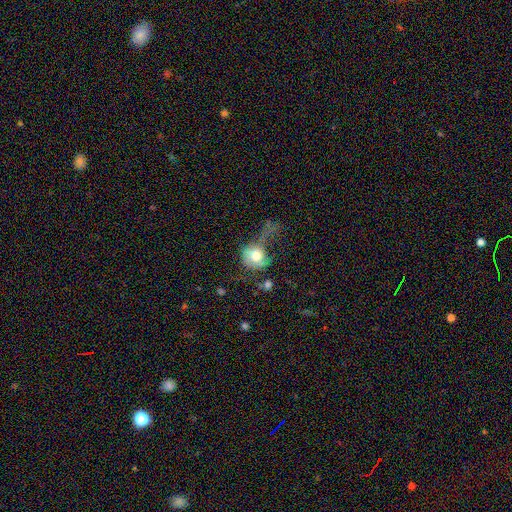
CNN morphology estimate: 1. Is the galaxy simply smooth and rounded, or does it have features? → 62% smooth, 29% featured or disk, 9% star or artifact.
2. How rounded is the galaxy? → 75% round, 23% in between, 2% cigar-shaped.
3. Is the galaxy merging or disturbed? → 51% major disturbance, 22% none, 19% minor disturbance, 9% merger.